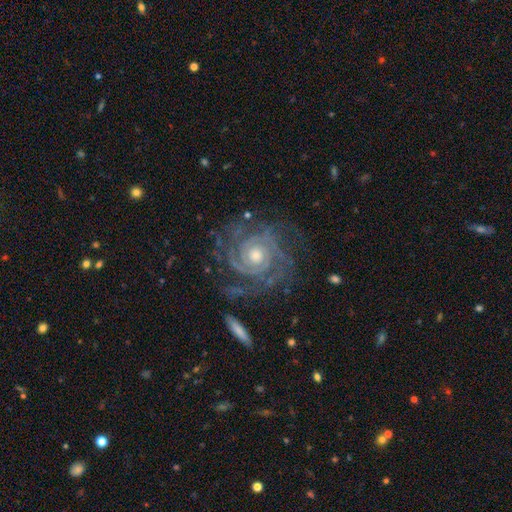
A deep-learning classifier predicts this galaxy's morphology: Smooth or featured?
  - featured or disk: 91% *
  - star or artifact: 5%
  - smooth: 4%
Edge-on disk?
  - no: 97% *
  - yes: 3%
Bar?
  - no: 74% *
  - weak: 19%
  - strong: 7%
Spiral arms?
  - yes: 98% *
  - no: 2%
Spiral winding?
  - tight: 78% *
  - medium: 19%
  - loose: 3%
Spiral arm count?
  - 2: 34% *
  - 3: 24%
  - can't tell: 17%
  - 4: 12%
  - more than 4: 7%
  - 1: 6%
Bulge size?
  - moderate: 66% *
  - small: 27%
  - large: 6%
  - none: 1%
  - dominant: 1%
Merging?
  - none: 74% *
  - minor disturbance: 16%
  - major disturbance: 8%
  - merger: 2%